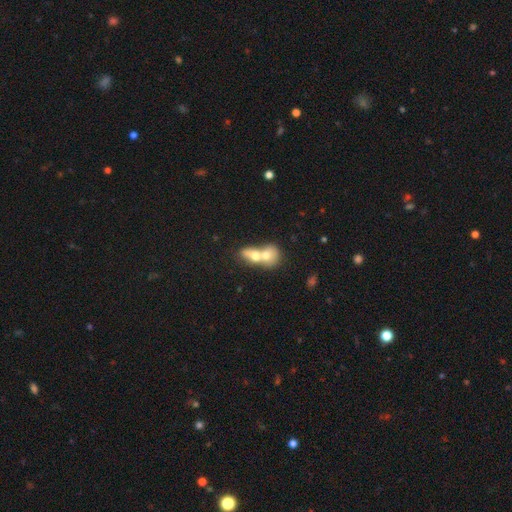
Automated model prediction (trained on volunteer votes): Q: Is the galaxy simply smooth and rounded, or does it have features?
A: smooth — 65%.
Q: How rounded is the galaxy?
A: in between — 58%.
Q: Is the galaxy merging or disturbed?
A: merger — 82%.